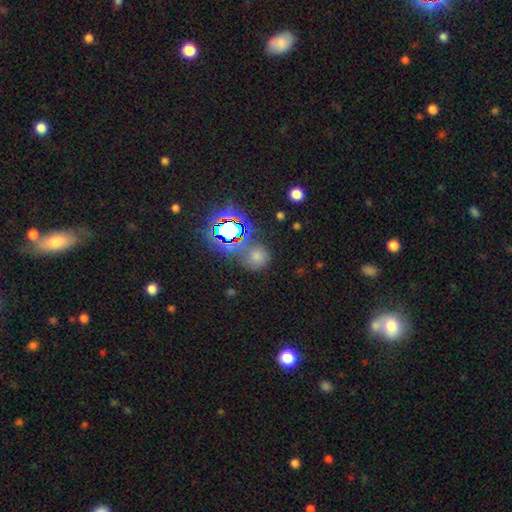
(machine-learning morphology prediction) Smooth or featured? Predicted: smooth (p=0.47). Merging? Predicted: none (p=0.70).